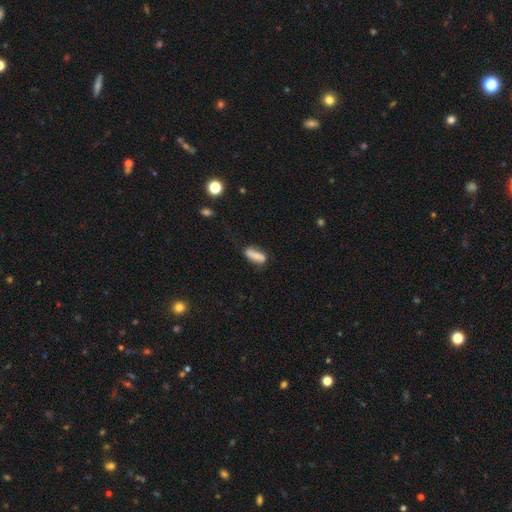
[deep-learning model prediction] Morphology: type=smooth (76%); roundness=in between (57%); merging=none (59%).